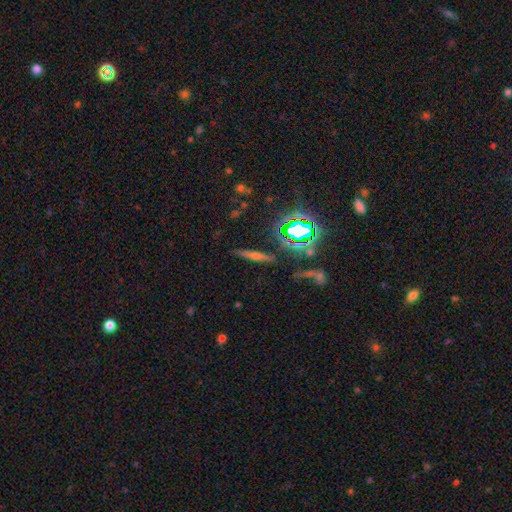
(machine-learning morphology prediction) smooth-or-featured: featured or disk: 39% | smooth: 34% | star or artifact: 27%
  merging: none: 83% | minor disturbance: 10% | merger: 3% | major disturbance: 3%